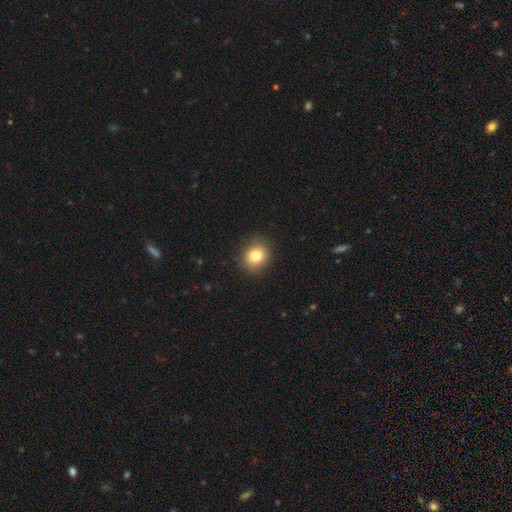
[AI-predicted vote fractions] The model was most divided on "how rounded": round: 77%, in between: 22%, cigar-shaped: 1%. More confident: merging — none (89%); smooth or featured — smooth (80%).